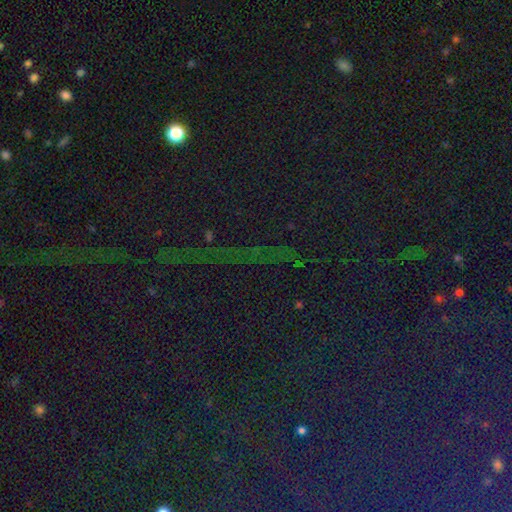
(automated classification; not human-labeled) smooth_or_featured: star or artifact (p=0.81) [alt: smooth p=0.10]